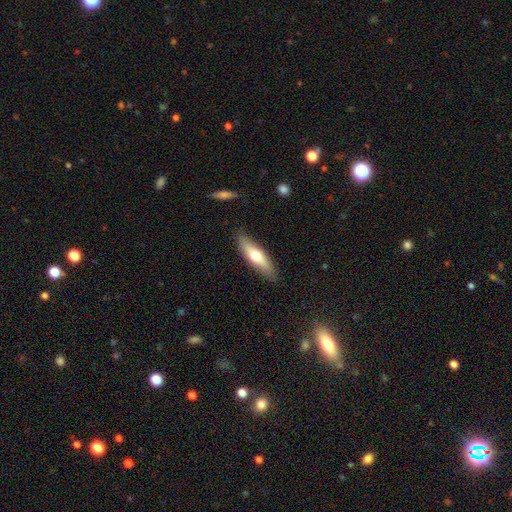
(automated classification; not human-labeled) Morphology: type=smooth (57%); roundness=cigar-shaped (59%); merging=none (86%).